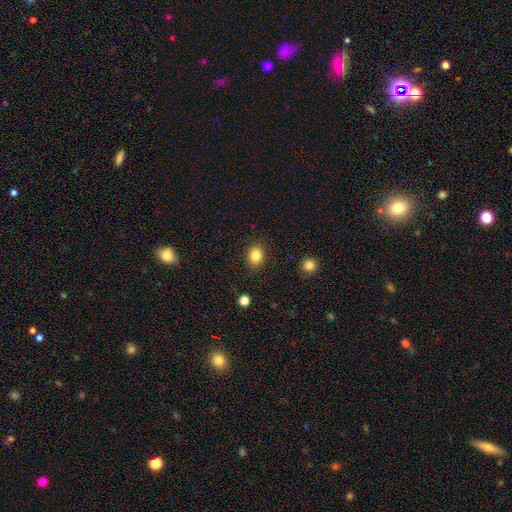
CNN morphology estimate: A smooth galaxy with no disk features (85%) that is in between round and cigar-shaped (50%). Merging: none (88%).